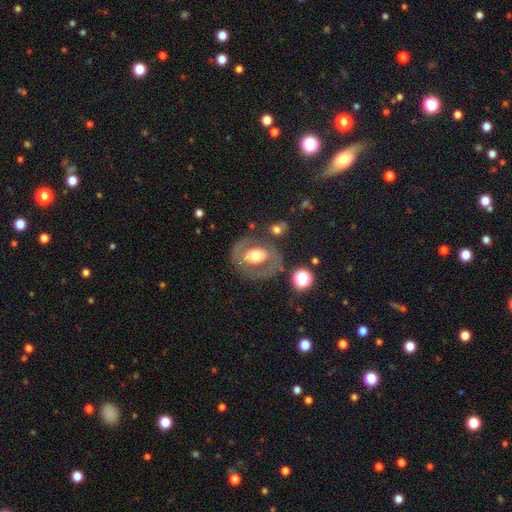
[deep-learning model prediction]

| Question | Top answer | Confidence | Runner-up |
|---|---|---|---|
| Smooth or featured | featured or disk | 54% | smooth (39%) |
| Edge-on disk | no | 94% | yes (6%) |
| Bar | no | 58% | weak (26%) |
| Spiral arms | no | 68% | yes (32%) |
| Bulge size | moderate | 58% | large (30%) |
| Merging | none | 69% | minor disturbance (15%) |